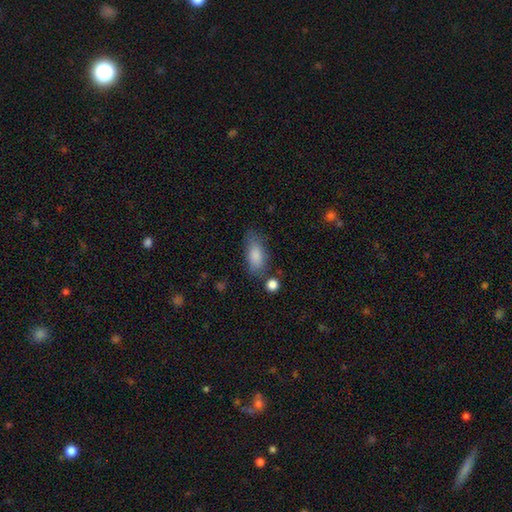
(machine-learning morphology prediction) This is clearly a smooth galaxy (84%). How rounded: clearly in between (85%). Merging: likely none (66%).